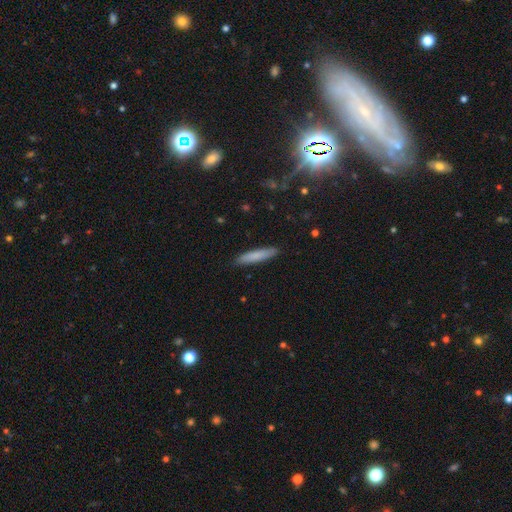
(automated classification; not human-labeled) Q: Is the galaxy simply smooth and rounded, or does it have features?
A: smooth — 79%.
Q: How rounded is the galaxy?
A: cigar-shaped — 90%.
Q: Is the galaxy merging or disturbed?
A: none — 89%.